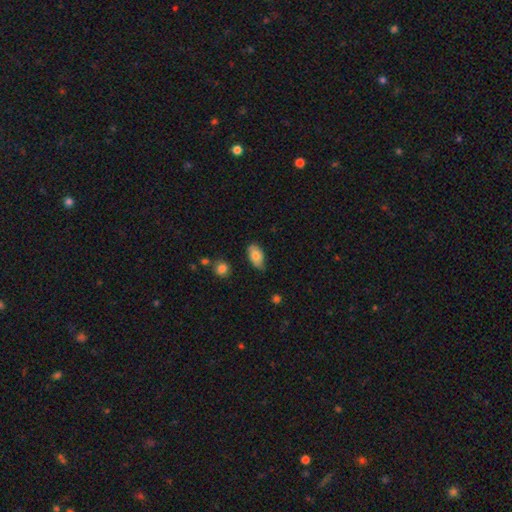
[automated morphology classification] Smooth or featured? Predicted: smooth (p=0.76). How rounded? Predicted: in between (p=0.92). Merging? Predicted: none (p=0.66).